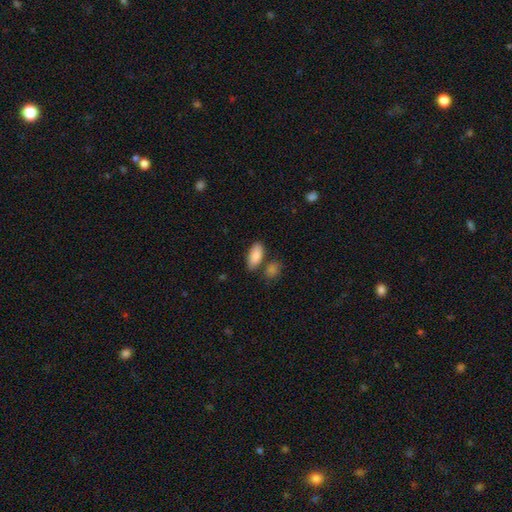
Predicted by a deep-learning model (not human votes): A smooth galaxy with no disk features (87%) that is in between round and cigar-shaped (90%).

Vote fractions:
- Smooth or featured? smooth: 87% / featured or disk: 7% / star or artifact: 6%
- How rounded? in between: 90% / cigar-shaped: 7% / round: 3%
- Merging? none: 70% / merger: 13% / minor disturbance: 13% / major disturbance: 3%